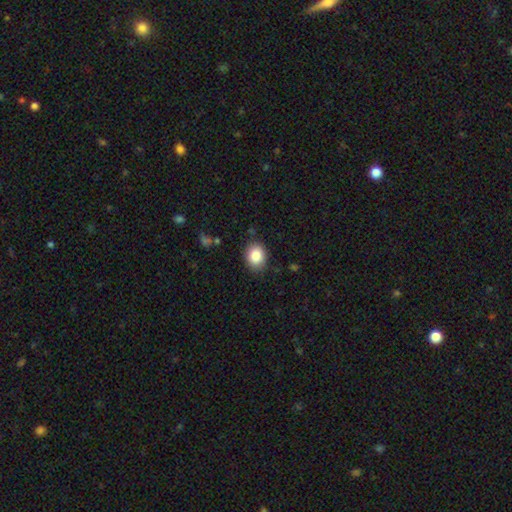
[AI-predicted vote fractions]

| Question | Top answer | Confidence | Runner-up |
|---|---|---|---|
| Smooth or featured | smooth | 86% | star or artifact (9%) |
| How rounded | round | 54% | in between (45%) |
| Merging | none | 86% | minor disturbance (10%) |